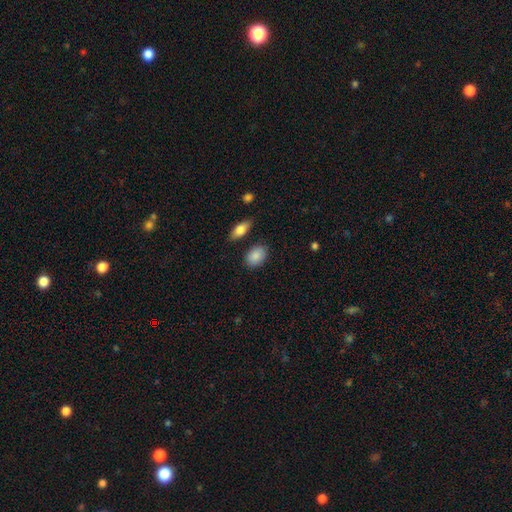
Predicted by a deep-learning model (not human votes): Smooth or featured? Predicted: smooth (p=0.88). How rounded? Predicted: in between (p=0.81). Merging? Predicted: none (p=0.82).